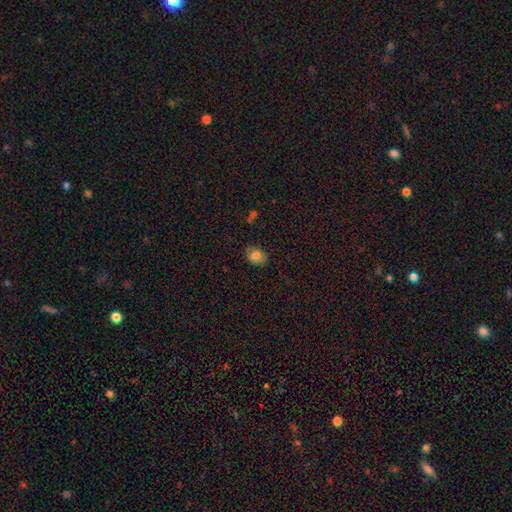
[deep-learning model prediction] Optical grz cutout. It shows a smooth galaxy with no disk features (81%) that is in between round and cigar-shaped (60%). Merging: none (79%).